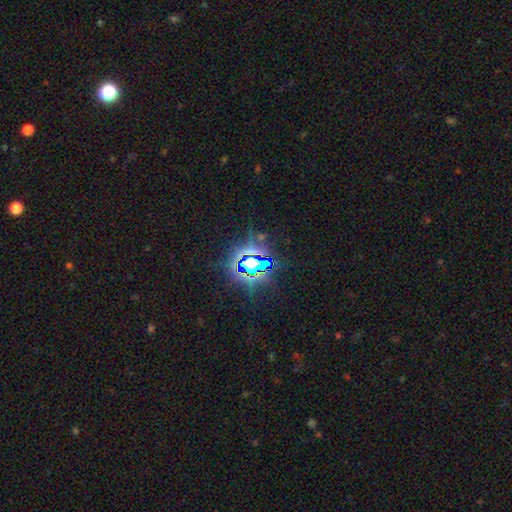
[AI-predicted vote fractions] This appears to be a star or artifact, not a galaxy (81%).